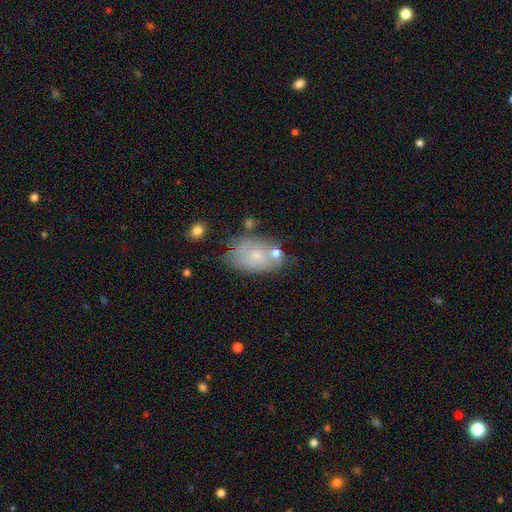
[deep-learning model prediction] smooth_or_featured: featured or disk (p=0.46) [alt: smooth p=0.45]
merging: none (p=0.50) [alt: minor disturbance p=0.28]